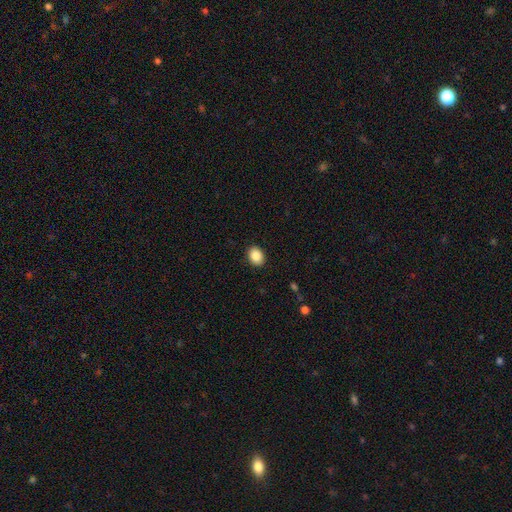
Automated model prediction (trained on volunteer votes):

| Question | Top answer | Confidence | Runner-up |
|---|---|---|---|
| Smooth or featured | smooth | 86% | star or artifact (8%) |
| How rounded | in between | 64% | round (35%) |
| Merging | none | 90% | minor disturbance (7%) |